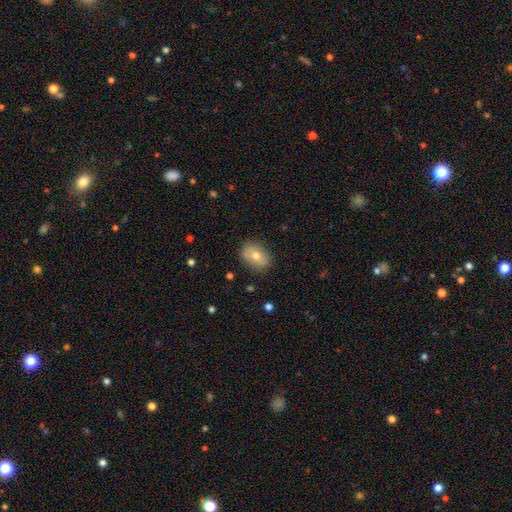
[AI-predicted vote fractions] smooth_or_featured: smooth (p=0.68) [alt: featured or disk p=0.24]
how_rounded: in between (p=0.71) [alt: round p=0.27]
merging: none (p=0.83) [alt: minor disturbance p=0.13]